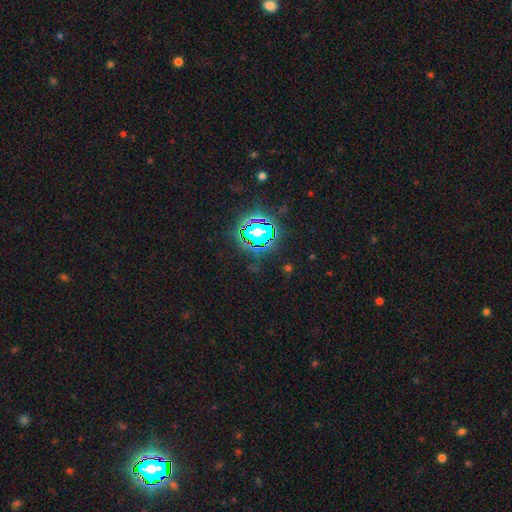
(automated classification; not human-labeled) star or artifact 81%, smooth 12%, featured or disk 7%.